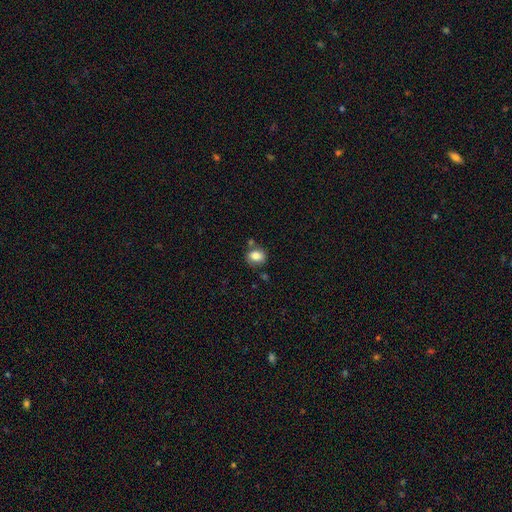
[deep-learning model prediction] Smooth or featured?
  - smooth: 83% *
  - star or artifact: 9%
  - featured or disk: 8%
How rounded?
  - round: 53% *
  - in between: 46%
  - cigar-shaped: 1%
Merging?
  - none: 70% *
  - minor disturbance: 15%
  - merger: 12%
  - major disturbance: 4%